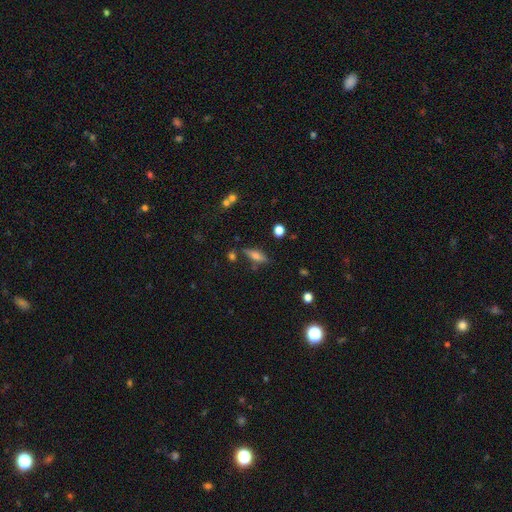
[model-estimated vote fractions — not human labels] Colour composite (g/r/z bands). It shows a smooth galaxy with no disk features (64%) that is in between round and cigar-shaped (57%). Merging: none (72%).